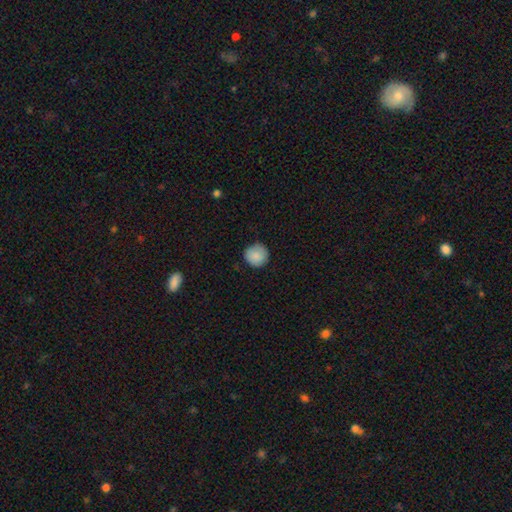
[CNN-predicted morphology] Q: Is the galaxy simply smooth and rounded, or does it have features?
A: smooth — 87%.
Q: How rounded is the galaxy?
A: round — 93%.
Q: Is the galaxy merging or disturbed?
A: none — 84%.